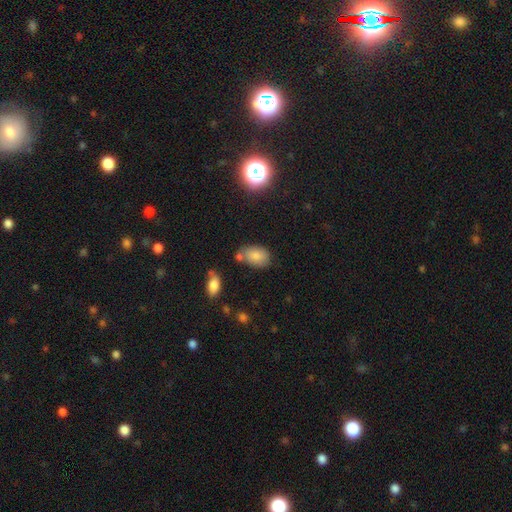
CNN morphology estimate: Q: Smooth or featured?
A: smooth (81%); runner-up: featured or disk (10%)
Q: How rounded?
A: in between (88%); runner-up: round (10%)
Q: Merging?
A: none (61%); runner-up: minor disturbance (20%)